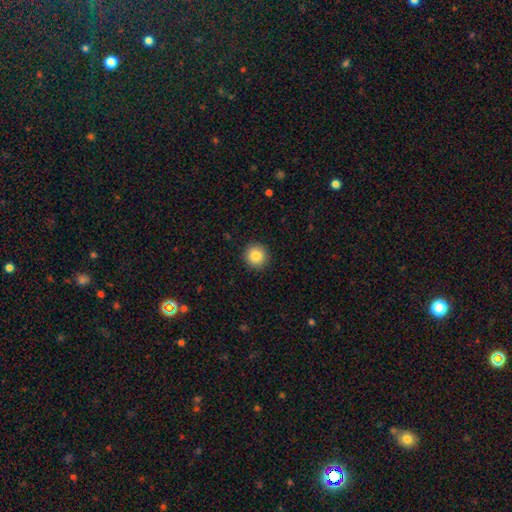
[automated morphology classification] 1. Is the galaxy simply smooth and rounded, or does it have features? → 85% smooth, 9% star or artifact, 6% featured or disk.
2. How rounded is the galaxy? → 94% round, 5% in between, 1% cigar-shaped.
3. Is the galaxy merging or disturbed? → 92% none, 5% minor disturbance, 2% major disturbance, 1% merger.